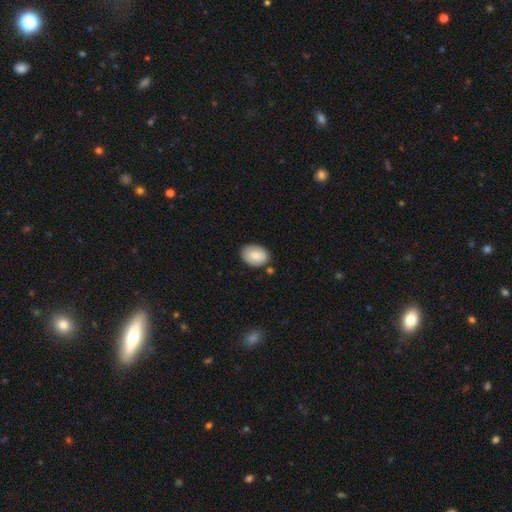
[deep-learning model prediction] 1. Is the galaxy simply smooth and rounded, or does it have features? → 79% smooth, 15% featured or disk, 7% star or artifact.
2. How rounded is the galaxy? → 78% in between, 21% round, 1% cigar-shaped.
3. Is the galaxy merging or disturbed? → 78% none, 15% minor disturbance, 4% merger, 3% major disturbance.